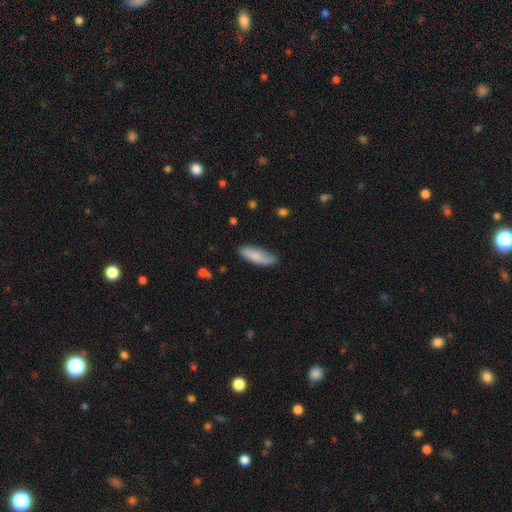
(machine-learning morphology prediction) Smooth or featured?
  - smooth: 77% *
  - featured or disk: 17%
  - star or artifact: 6%
How rounded?
  - in between: 60% *
  - cigar-shaped: 38%
  - round: 2%
Merging?
  - none: 69% *
  - minor disturbance: 24%
  - major disturbance: 5%
  - merger: 2%